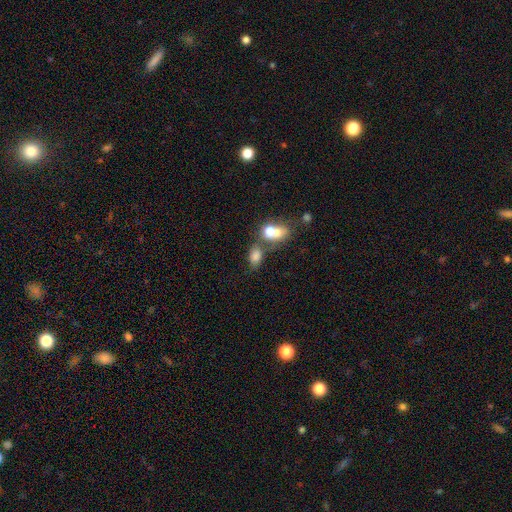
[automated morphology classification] This appears to be a smooth galaxy with no disk features (75%) that is in between round and cigar-shaped (77%). Merging: merger (48%).